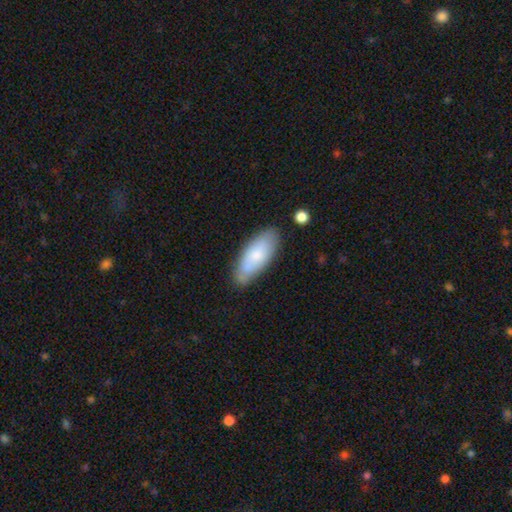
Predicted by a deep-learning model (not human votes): A smooth galaxy with no disk features (73%) that is in between round and cigar-shaped (78%).

Vote fractions:
- Smooth or featured? smooth: 73% / featured or disk: 21% / star or artifact: 6%
- How rounded? in between: 78% / cigar-shaped: 21% / round: 2%
- Merging? none: 74% / minor disturbance: 19% / major disturbance: 4% / merger: 3%